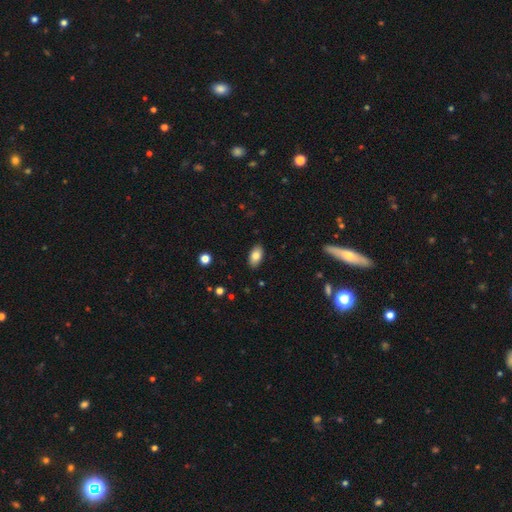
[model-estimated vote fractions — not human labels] smooth_or_featured: smooth (p=0.83) [alt: featured or disk p=0.10]
how_rounded: in between (p=0.93) [alt: round p=0.04]
merging: none (p=0.88) [alt: minor disturbance p=0.09]